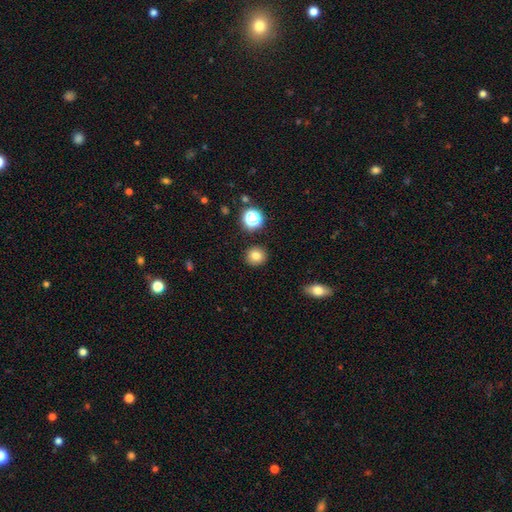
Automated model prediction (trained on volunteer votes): Smooth or featured?
  - smooth: 80% *
  - star or artifact: 13%
  - featured or disk: 7%
How rounded?
  - round: 87% *
  - in between: 12%
  - cigar-shaped: 1%
Merging?
  - none: 90% *
  - minor disturbance: 6%
  - major disturbance: 2%
  - merger: 2%